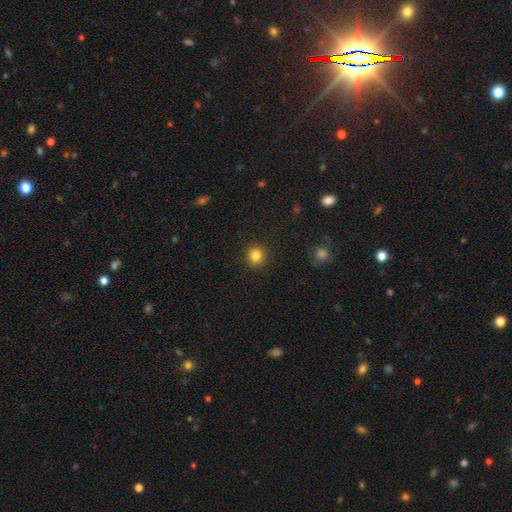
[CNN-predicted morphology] The model was most divided on "smooth or featured": smooth: 83%, star or artifact: 12%, featured or disk: 5%. More confident: how rounded — round (92%); merging — none (92%).